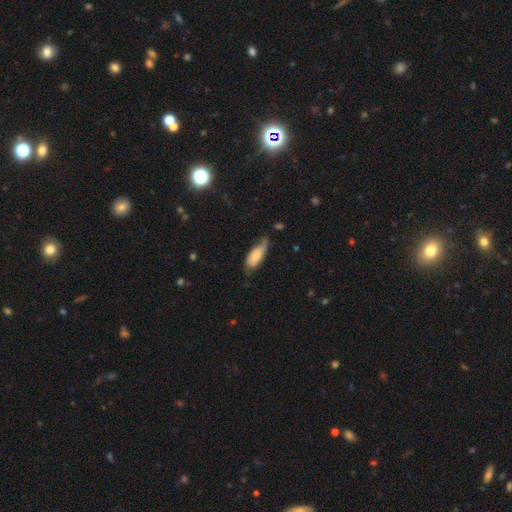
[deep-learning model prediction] A smooth galaxy with no disk features (66%) that is in between round and cigar-shaped (75%).

Vote fractions:
- Smooth or featured? smooth: 66% / featured or disk: 28% / star or artifact: 6%
- How rounded? in between: 75% / cigar-shaped: 22% / round: 2%
- Merging? none: 43% / minor disturbance: 40% / major disturbance: 15% / merger: 3%